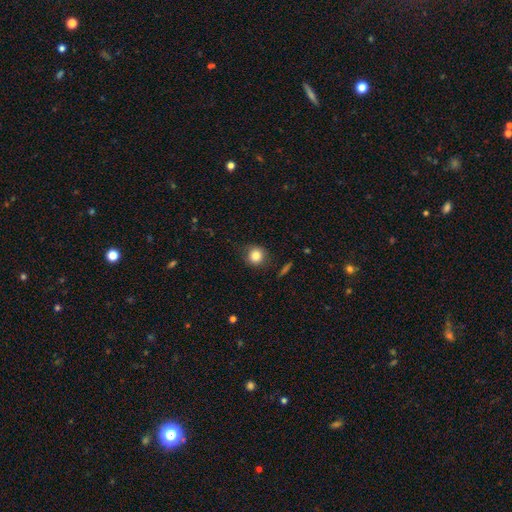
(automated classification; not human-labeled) smooth_or_featured: smooth (p=0.83) [alt: star or artifact p=0.10]
how_rounded: round (p=0.89) [alt: in between p=0.10]
merging: none (p=0.78) [alt: minor disturbance p=0.16]